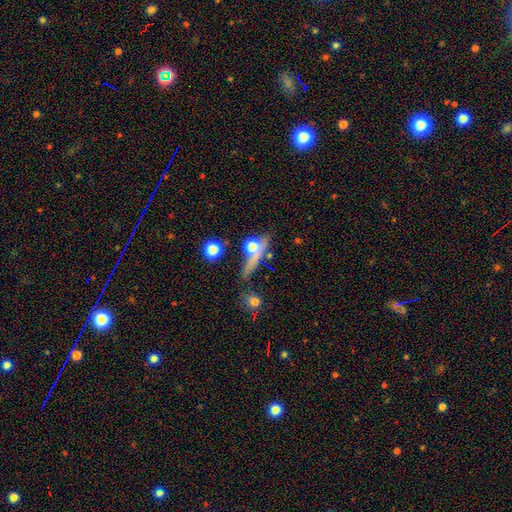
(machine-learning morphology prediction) type=smooth (50%); roundness=cigar-shaped (40%); merging=none (47%).